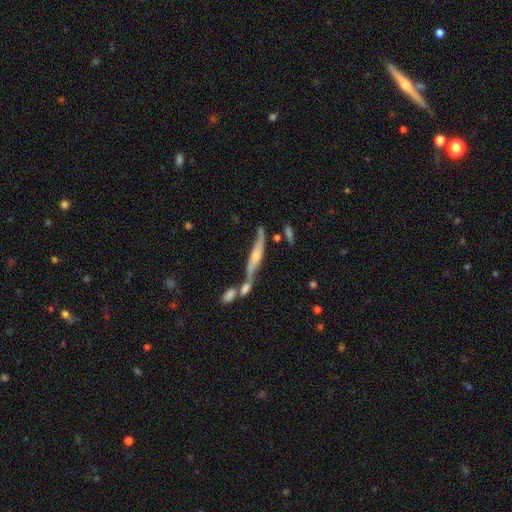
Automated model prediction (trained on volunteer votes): Morphology: type=featured or disk (73%); edge-on=yes (87%); edge-on bulge=rounded (70%); merging=none (52%).